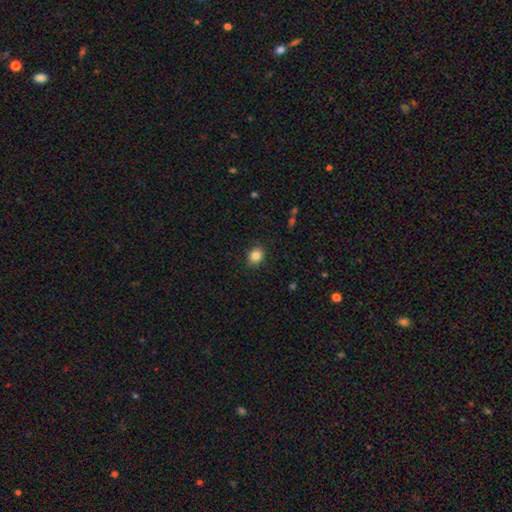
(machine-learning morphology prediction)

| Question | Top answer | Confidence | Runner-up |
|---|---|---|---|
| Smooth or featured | smooth | 84% | star or artifact (10%) |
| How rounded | round | 66% | in between (33%) |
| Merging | none | 88% | minor disturbance (8%) |